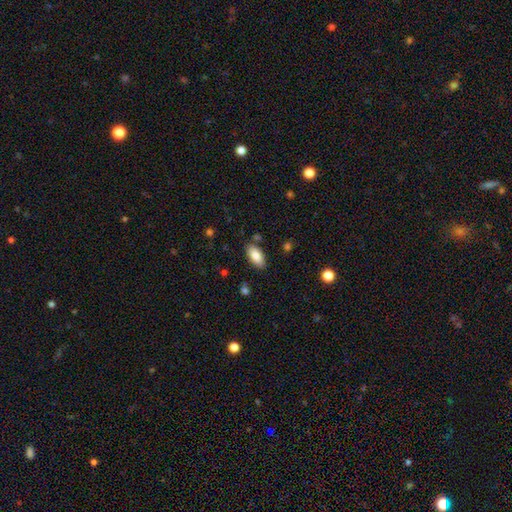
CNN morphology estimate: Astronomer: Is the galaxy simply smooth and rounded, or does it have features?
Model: smooth — 85%.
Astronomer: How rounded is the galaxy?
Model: in between — 91%.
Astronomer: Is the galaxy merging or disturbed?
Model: none — 83%.